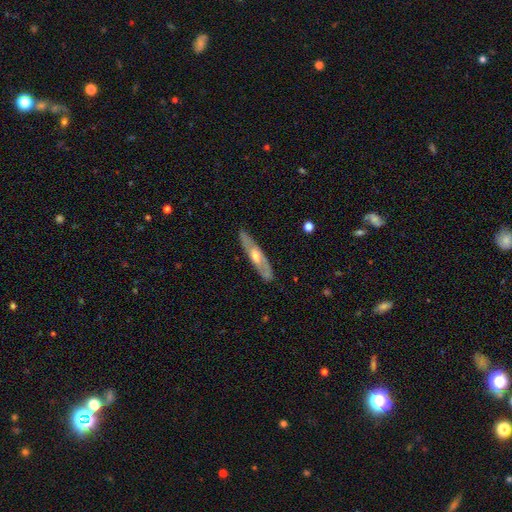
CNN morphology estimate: The model was most divided on "edge-on disk": yes: 66%, no: 34%. More confident: merging — none (87%); smooth or featured — featured or disk (65%).